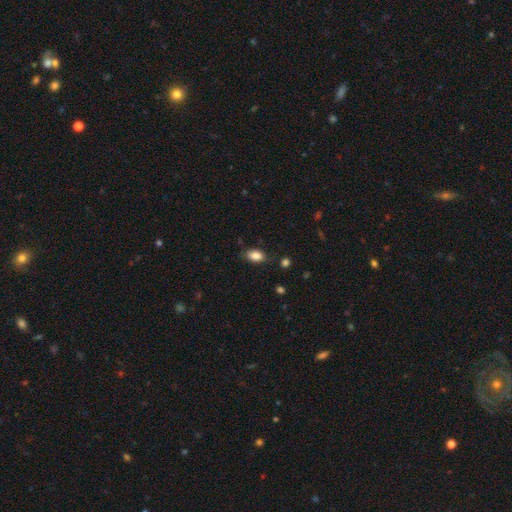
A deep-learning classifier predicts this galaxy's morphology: smooth-or-featured: smooth: 86% | star or artifact: 8% | featured or disk: 6%
  how-rounded: in between: 88% | round: 9% | cigar-shaped: 3%
  merging: none: 79% | minor disturbance: 16% | major disturbance: 3% | merger: 2%